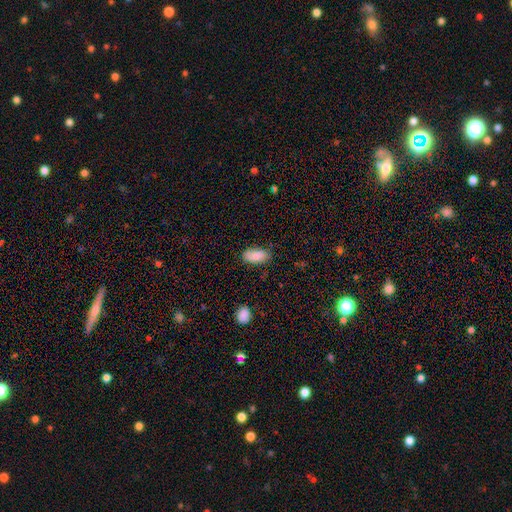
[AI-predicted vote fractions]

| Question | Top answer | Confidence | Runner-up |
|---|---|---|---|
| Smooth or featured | smooth | 85% | featured or disk (8%) |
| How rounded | in between | 93% | cigar-shaped (4%) |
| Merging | none | 75% | minor disturbance (20%) |